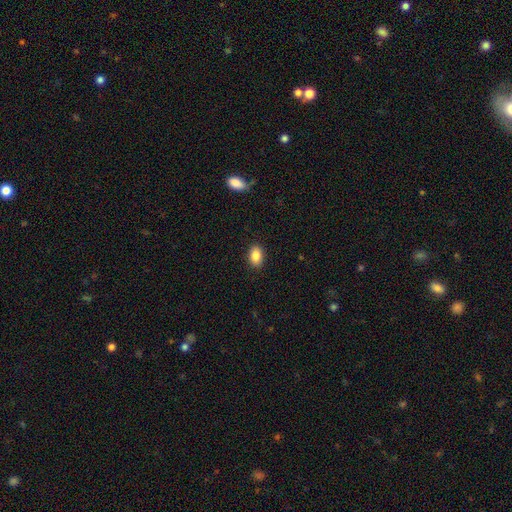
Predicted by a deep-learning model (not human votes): smooth 87%, star or artifact 8%, featured or disk 5%. Down the decision tree: how rounded — in between (85%); merging — none (89%).